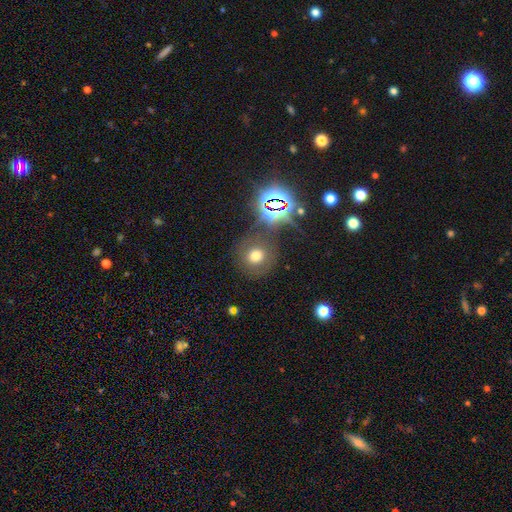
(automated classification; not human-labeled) Q: Smooth or featured?
A: smooth (61%); runner-up: star or artifact (25%)
Q: How rounded?
A: round (90%); runner-up: in between (9%)
Q: Merging?
A: none (77%); runner-up: minor disturbance (11%)